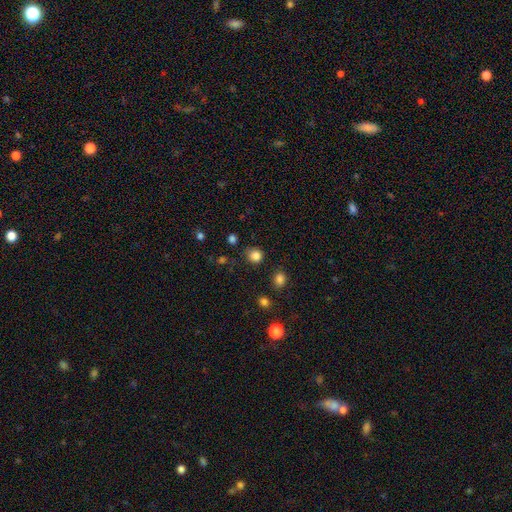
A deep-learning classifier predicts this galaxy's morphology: The model was most divided on "merging": none: 79%, minor disturbance: 15%, major disturbance: 4%, merger: 3%. More confident: smooth or featured — smooth (84%); how rounded — round (83%).